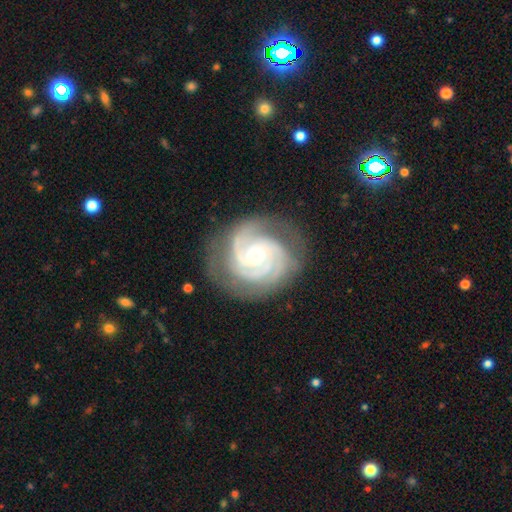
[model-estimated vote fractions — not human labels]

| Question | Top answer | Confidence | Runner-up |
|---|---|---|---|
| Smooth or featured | featured or disk | 90% | star or artifact (5%) |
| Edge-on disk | no | 98% | yes (2%) |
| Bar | no | 58% | weak (31%) |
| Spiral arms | yes | 98% | no (2%) |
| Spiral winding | tight | 67% | medium (29%) |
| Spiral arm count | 2 | 43% | 3 (34%) |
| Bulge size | moderate | 55% | small (41%) |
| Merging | none | 79% | minor disturbance (15%) |